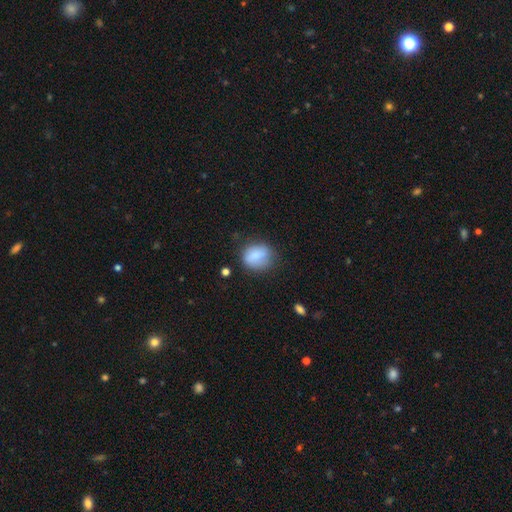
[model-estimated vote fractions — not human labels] The model was most divided on "how rounded": round: 60%, in between: 38%, cigar-shaped: 1%. More confident: smooth or featured — smooth (82%); merging — none (67%).